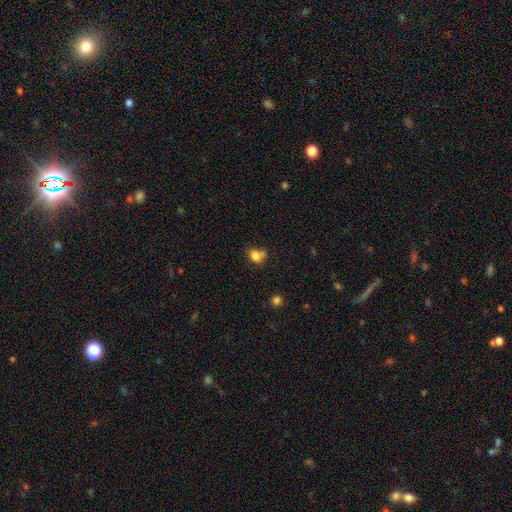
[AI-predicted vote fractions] The model was most divided on "how rounded": in between: 53%, round: 45%, cigar-shaped: 1%. Remaining: smooth or featured — smooth (79%); merging — none (43%).